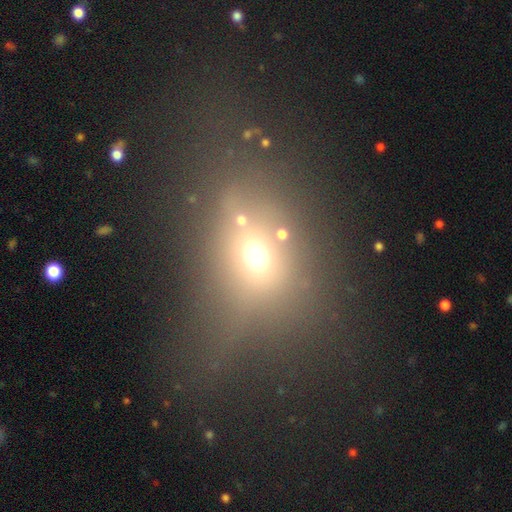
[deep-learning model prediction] smooth_or_featured: smooth (p=0.56) [alt: star or artifact p=0.25]
how_rounded: round (p=0.50) [alt: in between p=0.47]
merging: none (p=0.53) [alt: major disturbance p=0.19]